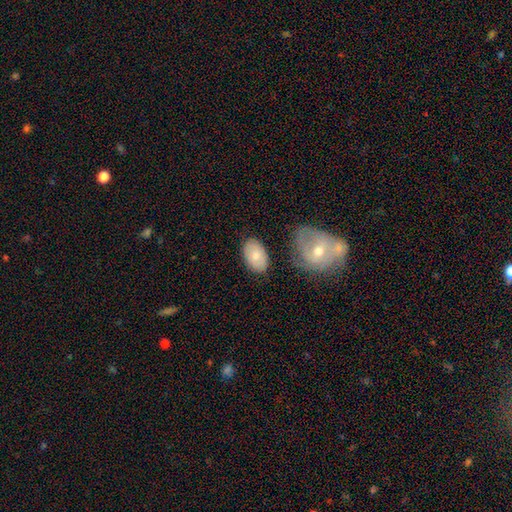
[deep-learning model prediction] smooth-or-featured: smooth: 78% | featured or disk: 16% | star or artifact: 6%
  how-rounded: in between: 92% | round: 6% | cigar-shaped: 1%
  merging: none: 76% | minor disturbance: 14% | merger: 7% | major disturbance: 4%